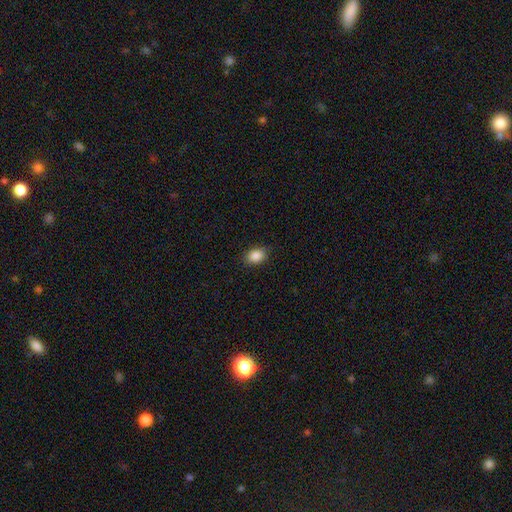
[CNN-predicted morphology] Q: Smooth or featured?
A: smooth (87%); runner-up: star or artifact (9%)
Q: How rounded?
A: in between (73%); runner-up: round (26%)
Q: Merging?
A: none (86%); runner-up: minor disturbance (11%)